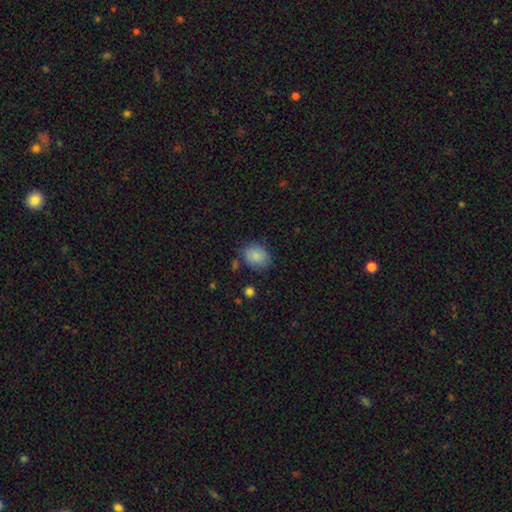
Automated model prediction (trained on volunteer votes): Smooth or featured?
  - smooth: 86% *
  - star or artifact: 8%
  - featured or disk: 6%
How rounded?
  - in between: 52% *
  - round: 48%
  - cigar-shaped: 1%
Merging?
  - none: 77% *
  - minor disturbance: 15%
  - major disturbance: 4%
  - merger: 3%